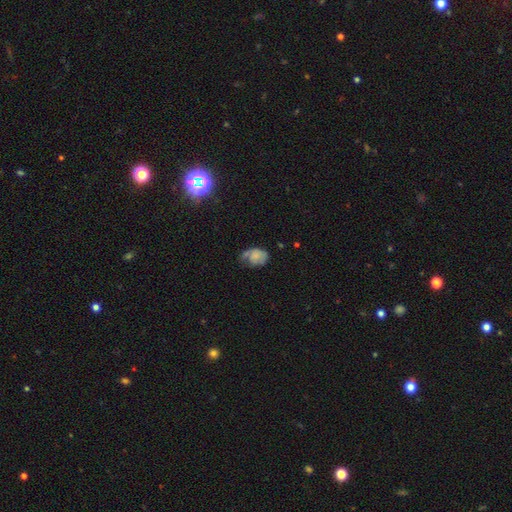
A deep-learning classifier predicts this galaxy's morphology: Smooth or featured: smooth — 60% (featured or disk — 30%)
How rounded: in between — 65% (round — 34%)
Merging: minor disturbance — 36% (none — 32%)